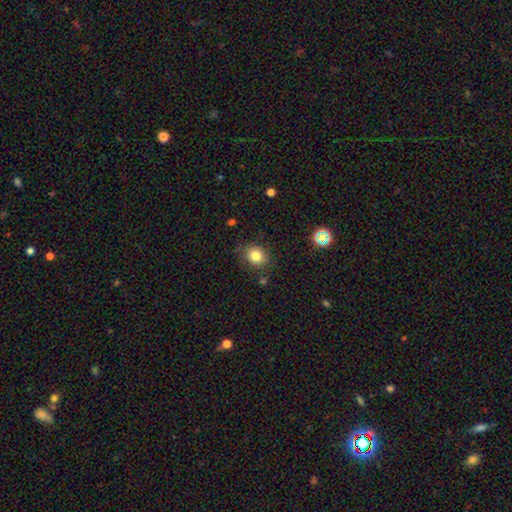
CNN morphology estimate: type=smooth (81%); roundness=round (61%); merging=none (81%).